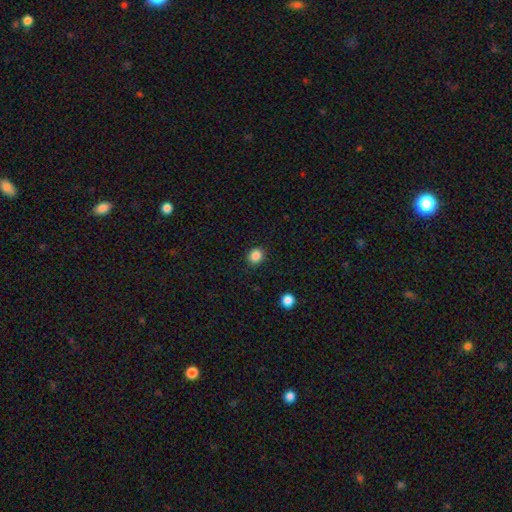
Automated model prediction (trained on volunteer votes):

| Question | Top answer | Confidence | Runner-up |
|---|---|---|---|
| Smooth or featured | smooth | 86% | star or artifact (11%) |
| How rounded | round | 78% | in between (21%) |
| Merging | none | 91% | minor disturbance (6%) |